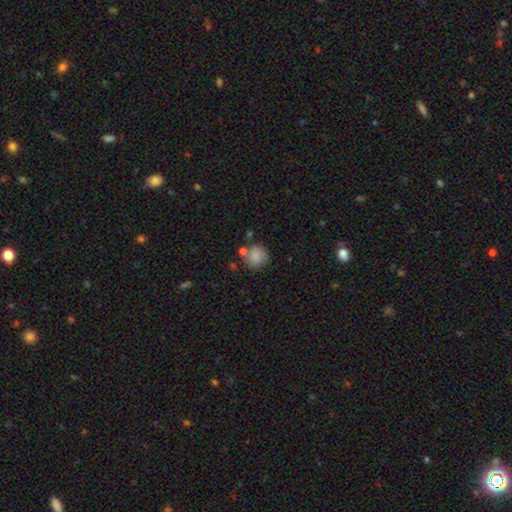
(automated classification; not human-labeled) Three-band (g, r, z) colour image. It shows a smooth galaxy with no disk features (83%) that is round (89%). Merging: none (67%).